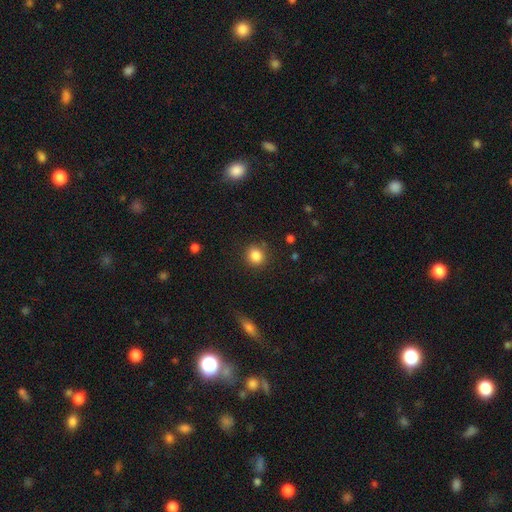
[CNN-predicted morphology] smooth_or_featured: smooth (p=0.85) [alt: star or artifact p=0.10]
how_rounded: round (p=0.85) [alt: in between p=0.14]
merging: none (p=0.87) [alt: minor disturbance p=0.09]